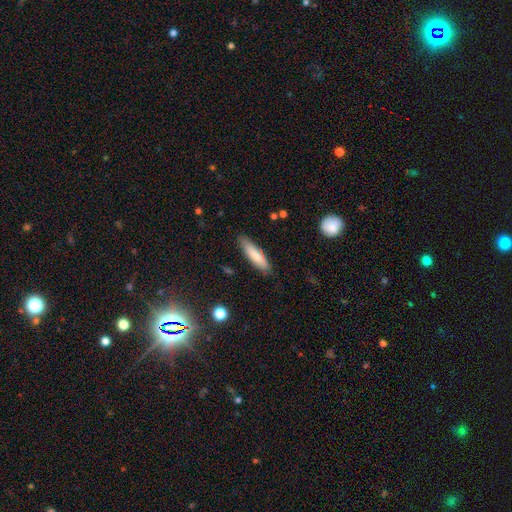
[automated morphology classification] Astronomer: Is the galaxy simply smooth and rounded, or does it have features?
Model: smooth — 75%.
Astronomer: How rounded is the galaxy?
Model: cigar-shaped — 67%.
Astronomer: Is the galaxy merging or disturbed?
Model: none — 83%.